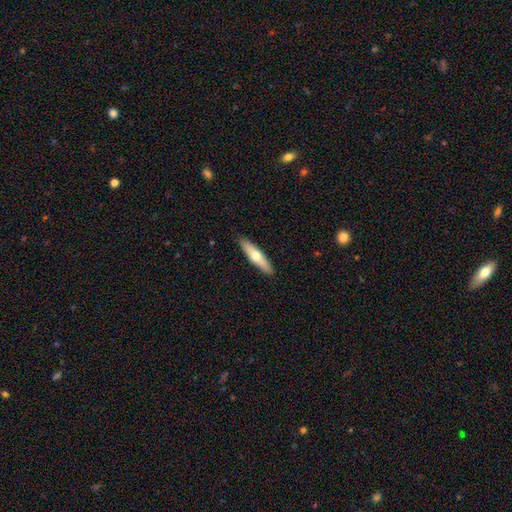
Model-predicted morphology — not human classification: smooth_or_featured: smooth (p=0.57) [alt: featured or disk p=0.38]
how_rounded: cigar-shaped (p=0.77) [alt: in between p=0.21]
merging: none (p=0.90) [alt: minor disturbance p=0.07]